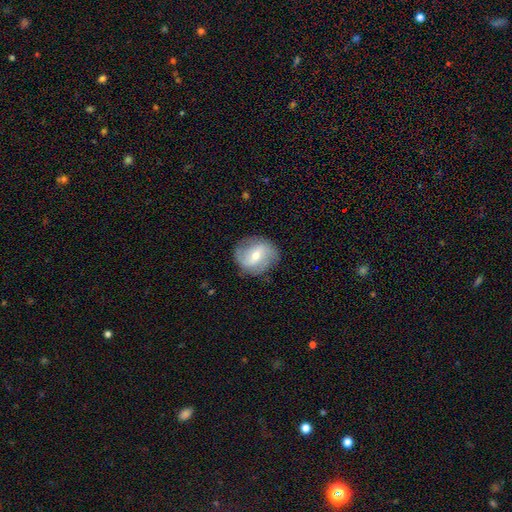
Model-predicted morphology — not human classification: Overall: featured or disk (74%). Edge-on disk: no (97%). Bar: weak (49%; strong 26%). Spiral arms: yes (90%). Spiral arm count: 2 (65%). Spiral winding: medium (41%; loose 38%). Bulge size: moderate (49%; small 47%). Merging: none (81%).